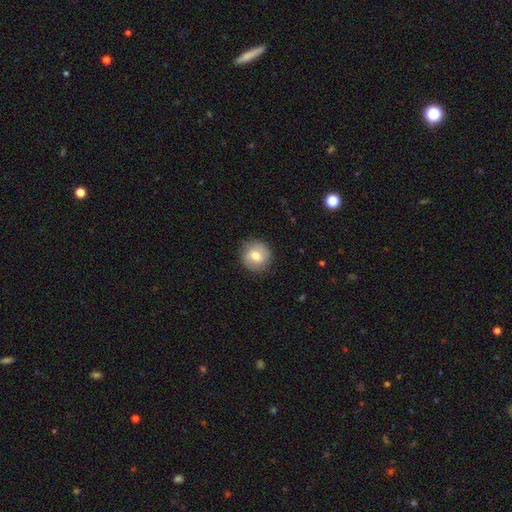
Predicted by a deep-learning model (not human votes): Smooth or featured? Predicted: smooth (p=0.66). How rounded? Predicted: round (p=0.92). Merging? Predicted: none (p=0.87).